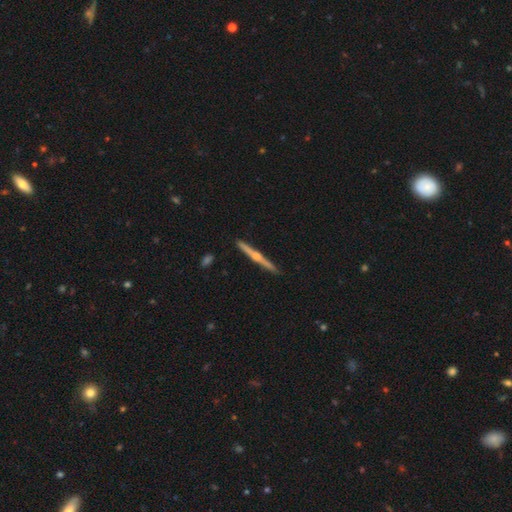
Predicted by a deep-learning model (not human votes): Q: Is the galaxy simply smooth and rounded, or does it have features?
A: featured or disk — 74%.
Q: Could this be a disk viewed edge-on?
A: yes — 98%.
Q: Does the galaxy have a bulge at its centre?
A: rounded — 86%.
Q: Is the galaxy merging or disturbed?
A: none — 91%.